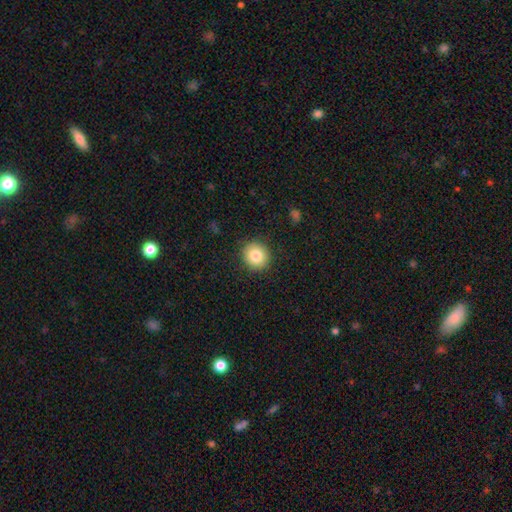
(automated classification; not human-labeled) smooth 83%, star or artifact 9%, featured or disk 8%. Down the decision tree: how rounded — round (88%); merging — none (90%).